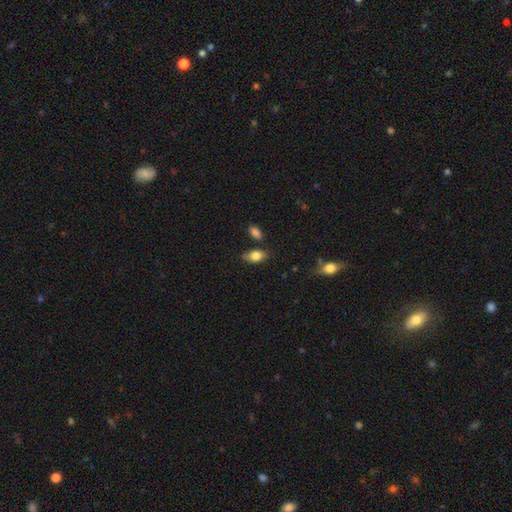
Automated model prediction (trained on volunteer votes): This appears to be a smooth galaxy with no disk features (81%) that is in between round and cigar-shaped (88%). Merging: none (68%).